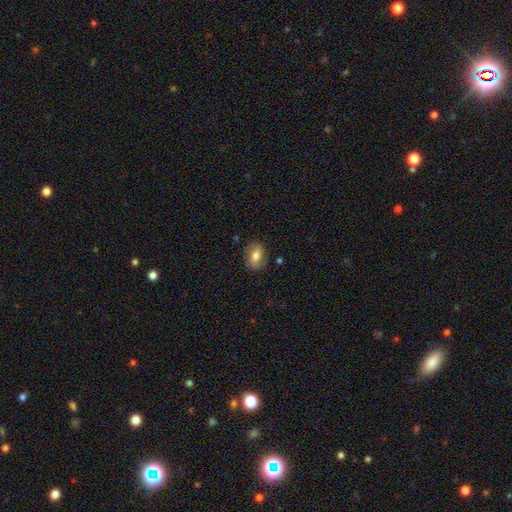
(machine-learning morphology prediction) A smooth galaxy with no disk features (71%) that is in between round and cigar-shaped (79%).

Vote fractions:
- Smooth or featured? smooth: 71% / featured or disk: 21% / star or artifact: 8%
- How rounded? in between: 79% / round: 17% / cigar-shaped: 4%
- Merging? none: 80% / minor disturbance: 14% / major disturbance: 3% / merger: 2%